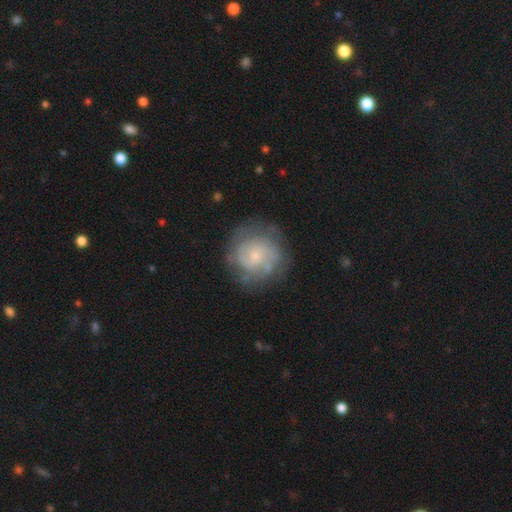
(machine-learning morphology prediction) smooth-or-featured: featured or disk: 68% | smooth: 25% | star or artifact: 7%
  disk-edge-on: no: 98% | yes: 2%
    bar: no: 71% | weak: 26% | strong: 3%
    has-spiral-arms: yes: 84% | no: 16%
      spiral-winding: tight: 55% | medium: 34% | loose: 12%
      spiral-arm-count: can't tell: 37% | 2: 35% | 3: 15% | 4: 5% | 1: 5% | more than 4: 4%
    bulge-size: small: 58% | moderate: 29% | none: 9% | large: 3% | dominant: 1%
  merging: none: 73% | minor disturbance: 17% | major disturbance: 8% | merger: 2%